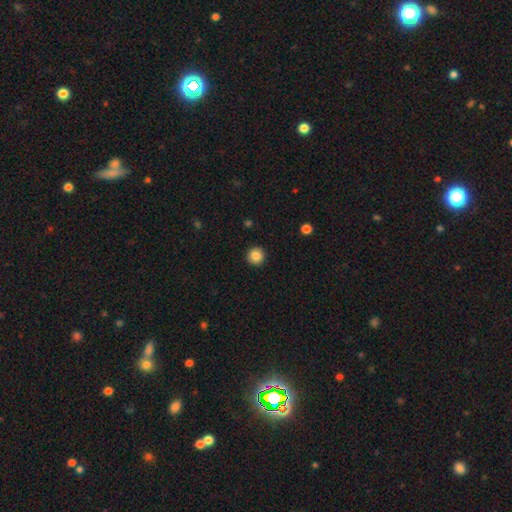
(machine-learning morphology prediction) The model was most divided on "smooth or featured": smooth: 85%, star or artifact: 10%, featured or disk: 5%. More confident: how rounded — round (95%); merging — none (93%).